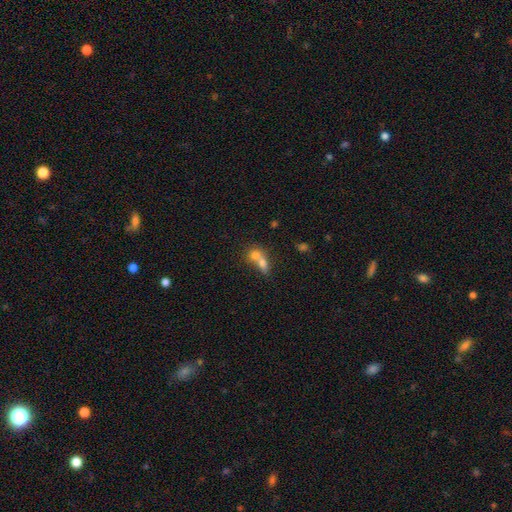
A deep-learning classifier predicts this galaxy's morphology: The model was most divided on "how rounded": in between: 50%, round: 45%, cigar-shaped: 5%. More confident: merging — merger (72%); smooth or featured — smooth (71%).